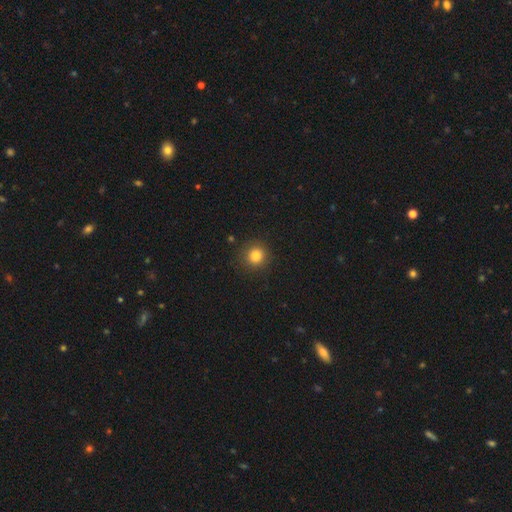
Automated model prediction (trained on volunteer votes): A smooth galaxy with no disk features (83%) that is round (91%). Merging: none (89%).